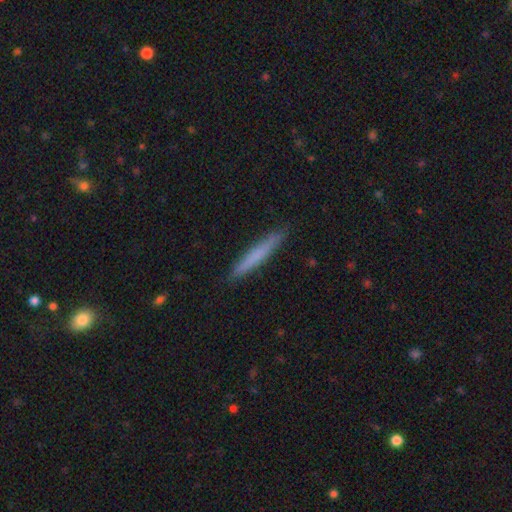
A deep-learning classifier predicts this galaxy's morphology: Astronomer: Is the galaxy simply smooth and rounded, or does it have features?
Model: smooth — 69%.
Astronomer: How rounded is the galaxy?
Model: cigar-shaped — 96%.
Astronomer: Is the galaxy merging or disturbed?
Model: none — 91%.